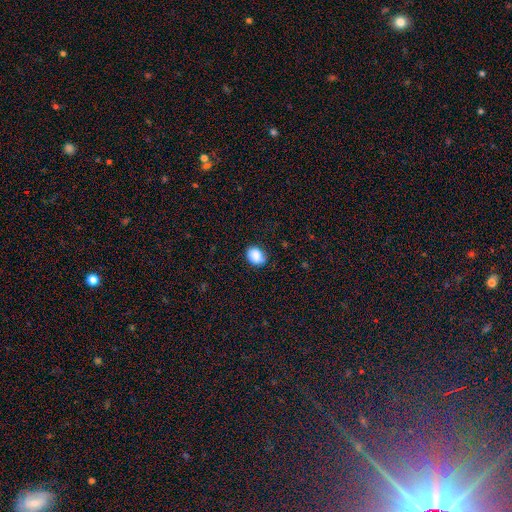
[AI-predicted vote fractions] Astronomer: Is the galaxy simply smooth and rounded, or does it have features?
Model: smooth — 86%.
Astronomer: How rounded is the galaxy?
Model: round — 50% (runner-up: in between, 49%).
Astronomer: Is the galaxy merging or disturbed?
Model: none — 75%.